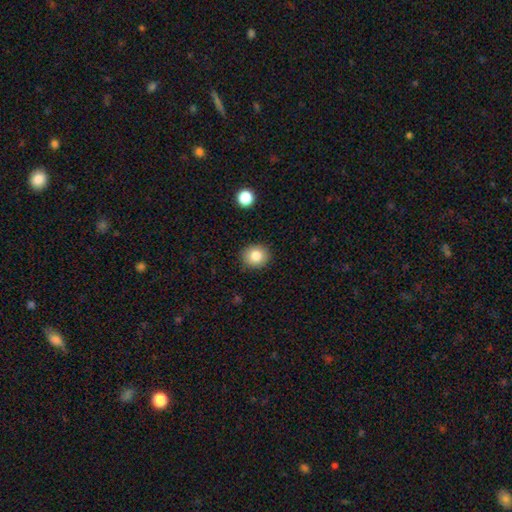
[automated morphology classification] smooth 83%, star or artifact 9%, featured or disk 8%. Down the decision tree: how rounded — round (78%); merging — none (89%).